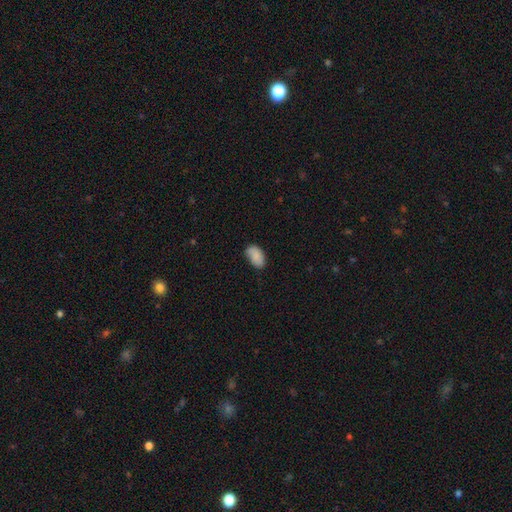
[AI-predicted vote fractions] Smooth or featured?
  - smooth: 83% *
  - featured or disk: 9%
  - star or artifact: 8%
How rounded?
  - in between: 93% *
  - round: 5%
  - cigar-shaped: 2%
Merging?
  - none: 65% *
  - minor disturbance: 27%
  - major disturbance: 6%
  - merger: 2%